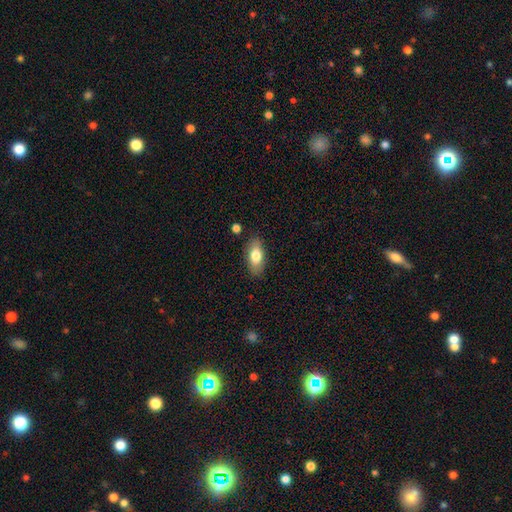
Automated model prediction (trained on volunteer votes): Q: Smooth or featured?
A: smooth (77%); runner-up: featured or disk (16%)
Q: How rounded?
A: in between (86%); runner-up: cigar-shaped (9%)
Q: Merging?
A: none (85%); runner-up: minor disturbance (11%)